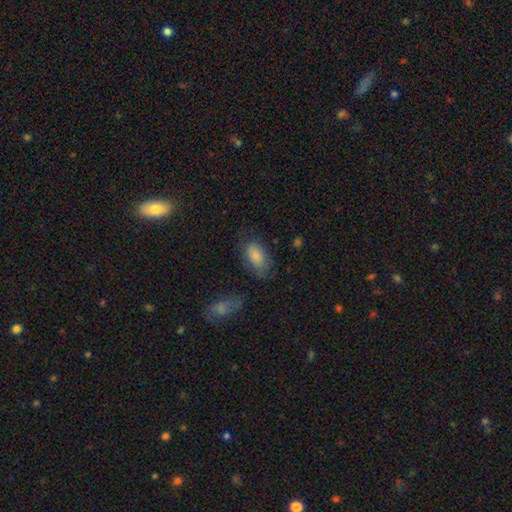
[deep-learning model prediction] Smooth or featured?
  - smooth: 83% *
  - featured or disk: 10%
  - star or artifact: 7%
How rounded?
  - in between: 93% *
  - round: 5%
  - cigar-shaped: 3%
Merging?
  - none: 64% *
  - minor disturbance: 23%
  - major disturbance: 10%
  - merger: 3%